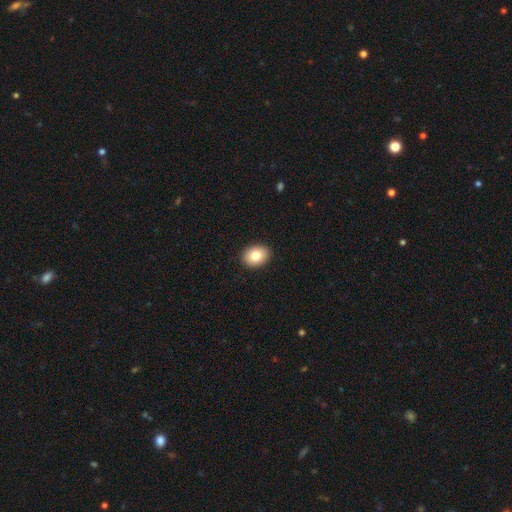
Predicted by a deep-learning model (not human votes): A smooth galaxy with no disk features (82%) that is in between round and cigar-shaped (63%). Merging: none (92%).